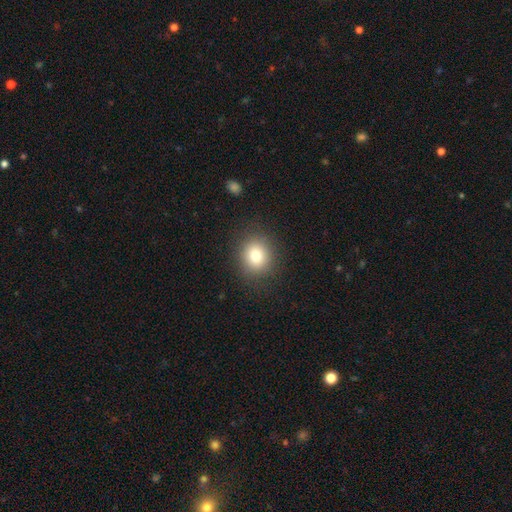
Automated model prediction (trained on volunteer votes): A smooth galaxy with no disk features (78%) that is round (81%).

Vote fractions:
- Smooth or featured? smooth: 78% / star or artifact: 12% / featured or disk: 10%
- How rounded? round: 81% / in between: 18% / cigar-shaped: 1%
- Merging? none: 88% / minor disturbance: 8% / major disturbance: 3% / merger: 1%